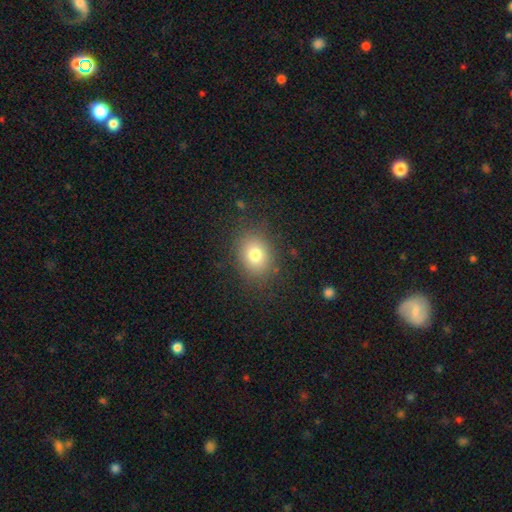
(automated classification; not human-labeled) smooth 78%, star or artifact 12%, featured or disk 10%. Down the decision tree: how rounded — in between (53%); merging — none (86%).